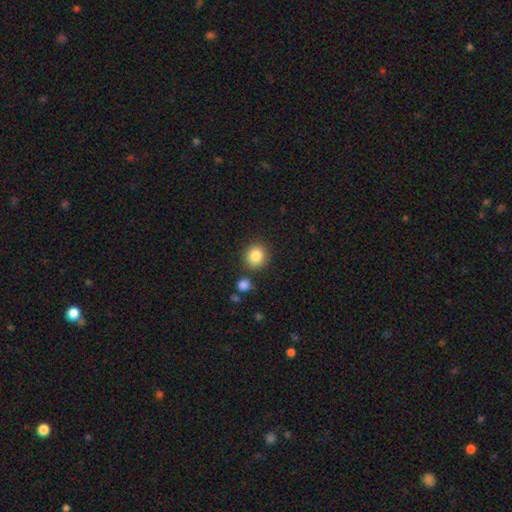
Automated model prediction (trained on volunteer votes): The model was most divided on "how rounded": round: 86%, in between: 13%, cigar-shaped: 1%. More confident: smooth or featured — smooth (85%); merging — none (83%).